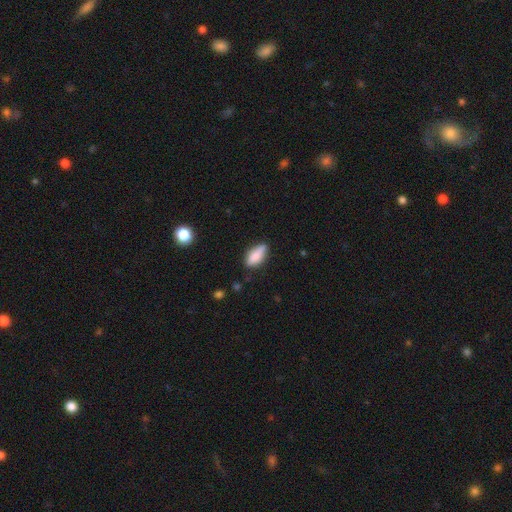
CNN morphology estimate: The model was most divided on "merging": none: 73%, minor disturbance: 21%, major disturbance: 4%, merger: 2%. More confident: smooth or featured — smooth (82%); how rounded — in between (78%).